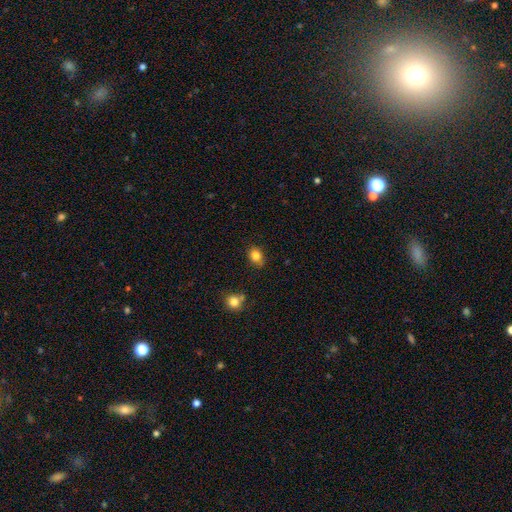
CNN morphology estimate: Q: Smooth or featured?
A: smooth (84%); runner-up: star or artifact (10%)
Q: How rounded?
A: round (50%); runner-up: in between (49%)
Q: Merging?
A: none (81%); runner-up: minor disturbance (14%)